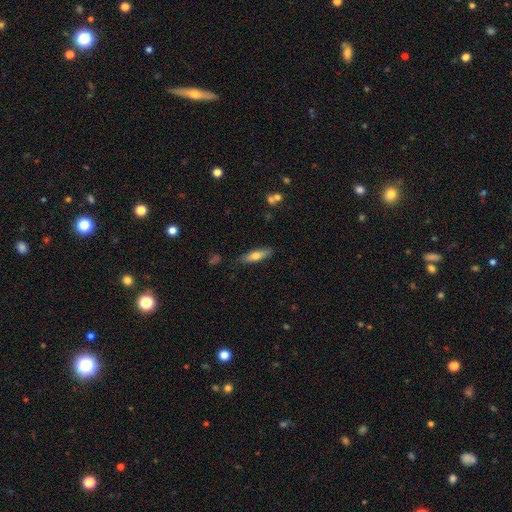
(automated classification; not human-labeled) This appears to be a smooth galaxy with no disk features (63%) that is cigar-shaped (66%). Merging: none (80%).